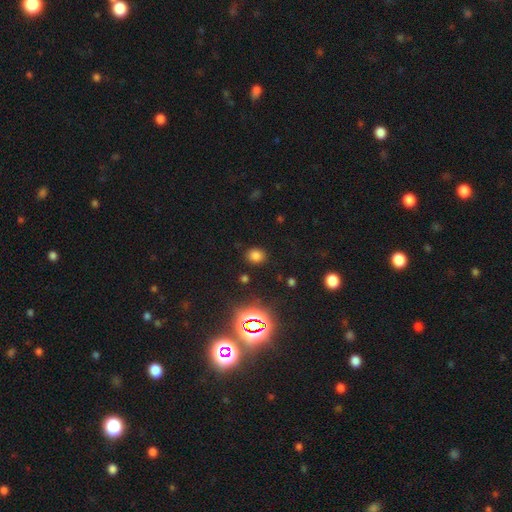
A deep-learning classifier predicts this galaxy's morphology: This appears to be a smooth galaxy with no disk features (73%) that is round (62%). Merging: none (87%).